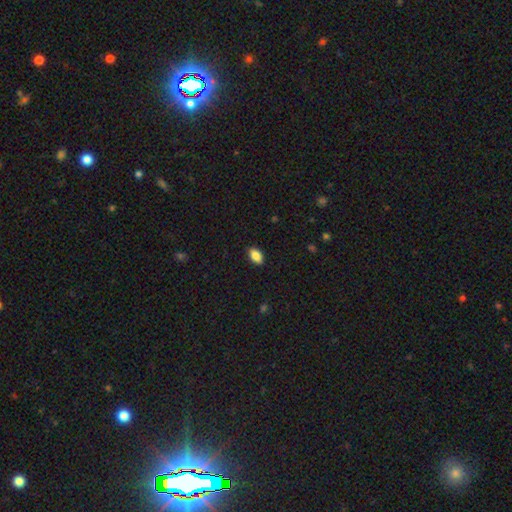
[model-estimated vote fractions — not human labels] Smooth or featured?
  - smooth: 86% *
  - star or artifact: 8%
  - featured or disk: 6%
How rounded?
  - in between: 91% *
  - round: 5%
  - cigar-shaped: 4%
Merging?
  - none: 89% *
  - minor disturbance: 9%
  - major disturbance: 2%
  - merger: 1%